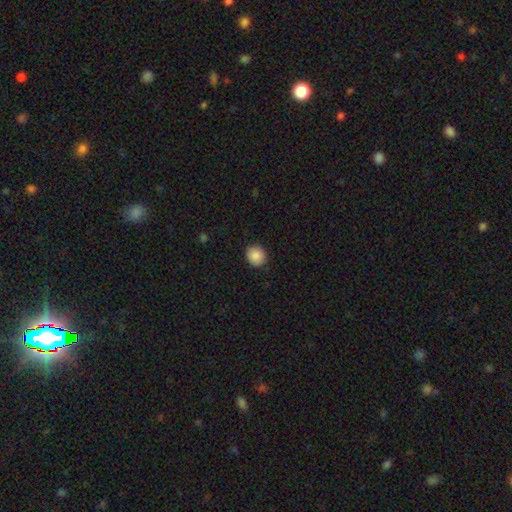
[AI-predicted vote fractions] The model was most divided on "how rounded": round: 79%, in between: 21%, cigar-shaped: 1%. More confident: merging — none (91%); smooth or featured — smooth (89%).